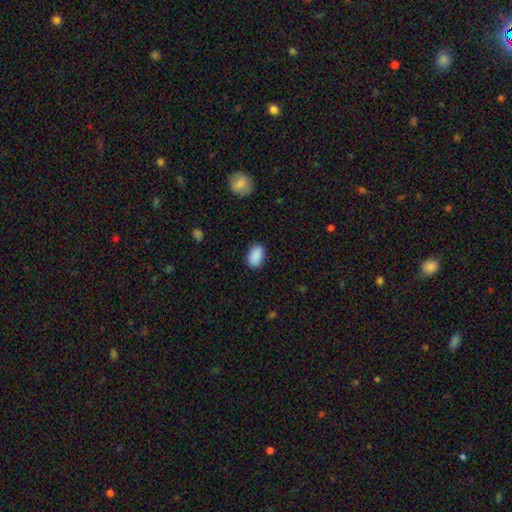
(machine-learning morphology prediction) Overall: smooth (90%). How rounded: in between (89%). Merging: none (86%).